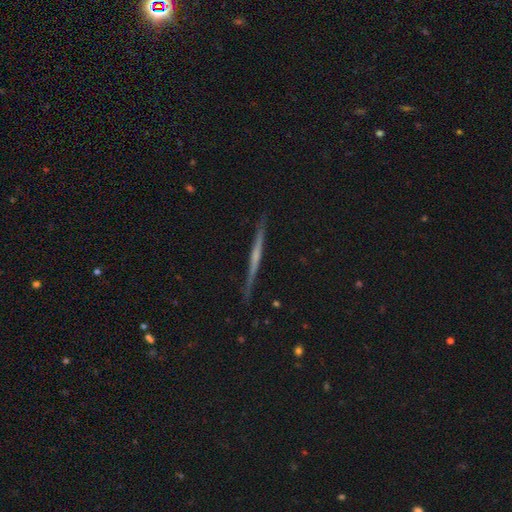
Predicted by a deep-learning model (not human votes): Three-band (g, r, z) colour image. It shows a featured or disk galaxy (68%) viewed edge-on (98%) with no central bulge (70%). Merging: none (89%).